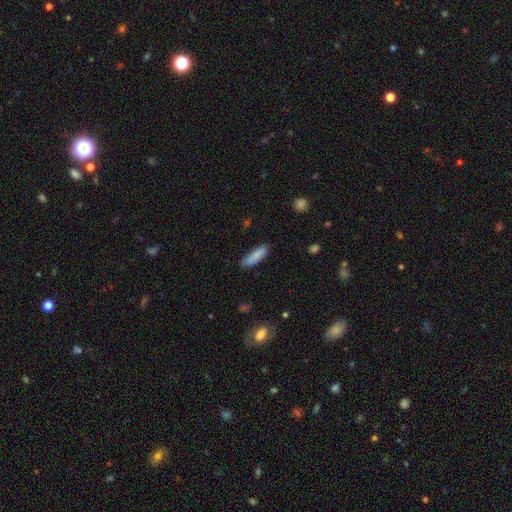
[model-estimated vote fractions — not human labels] Smooth or featured?
  - smooth: 85% *
  - featured or disk: 8%
  - star or artifact: 6%
How rounded?
  - cigar-shaped: 55% *
  - in between: 43%
  - round: 2%
Merging?
  - none: 81% *
  - minor disturbance: 15%
  - major disturbance: 3%
  - merger: 2%